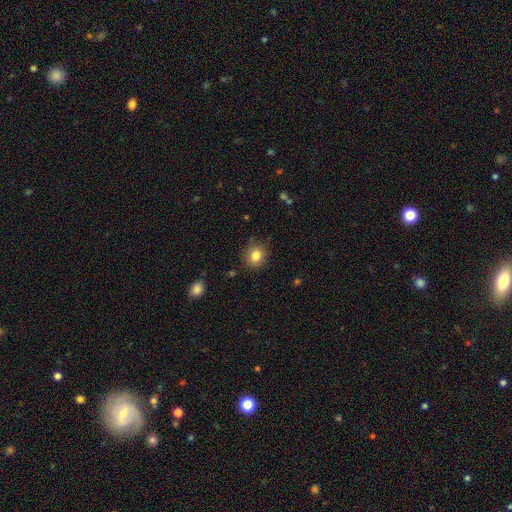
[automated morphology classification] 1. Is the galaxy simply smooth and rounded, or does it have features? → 84% smooth, 10% star or artifact, 6% featured or disk.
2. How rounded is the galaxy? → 81% round, 18% in between, 1% cigar-shaped.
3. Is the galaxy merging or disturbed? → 86% none, 10% minor disturbance, 3% major disturbance, 1% merger.